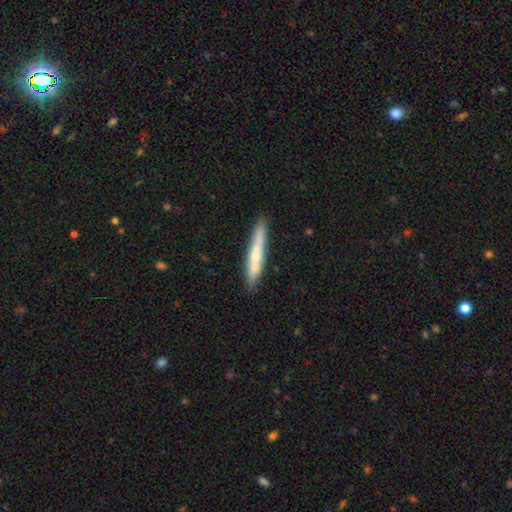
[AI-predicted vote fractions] Morphology: type=smooth (53%); roundness=cigar-shaped (94%); merging=none (83%).